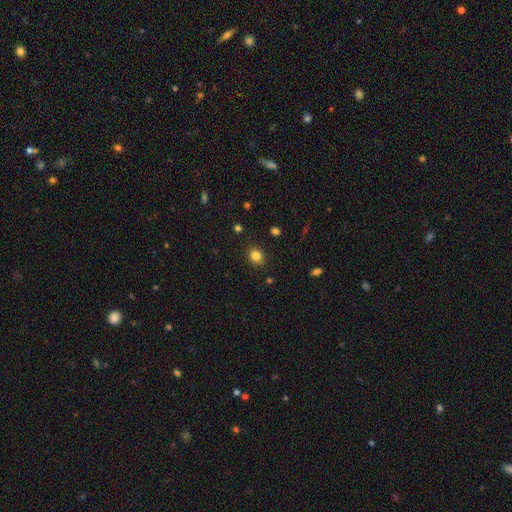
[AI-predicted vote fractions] Smooth or featured?
  - smooth: 82% *
  - star or artifact: 12%
  - featured or disk: 5%
How rounded?
  - round: 66% *
  - in between: 33%
  - cigar-shaped: 1%
Merging?
  - none: 86% *
  - minor disturbance: 10%
  - major disturbance: 3%
  - merger: 1%